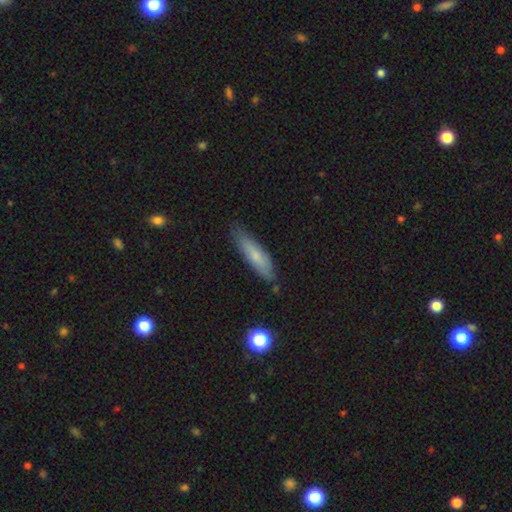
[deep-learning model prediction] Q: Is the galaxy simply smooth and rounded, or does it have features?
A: smooth — 71%.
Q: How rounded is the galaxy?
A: cigar-shaped — 74%.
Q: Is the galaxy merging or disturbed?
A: none — 79%.